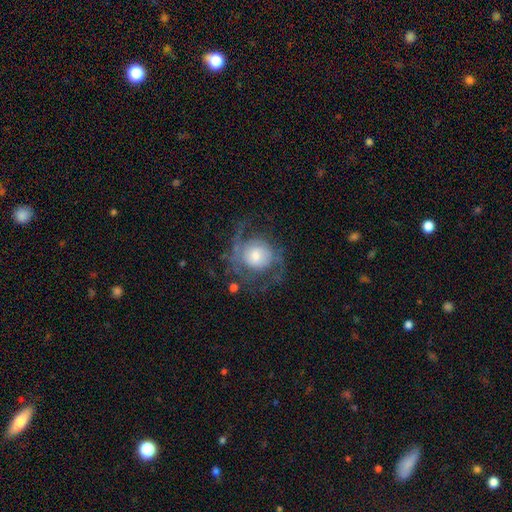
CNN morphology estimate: A featured or disk galaxy (69%) with no bar (70%), 2 (64%) medium (43%) spiral arms (84%) and a moderate central bulge (49%). Merging: none (55%).